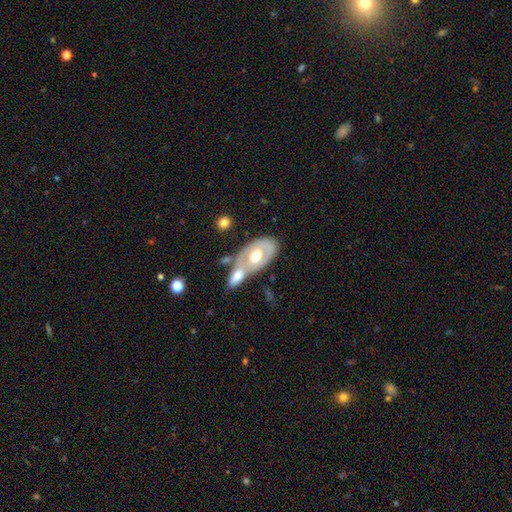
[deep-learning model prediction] smooth-or-featured: featured or disk: 54% | smooth: 40% | star or artifact: 5%
  disk-edge-on: no: 89% | yes: 11%
  merging: merger: 39% (tied) | none: 39% (tied) | minor disturbance: 15% | major disturbance: 7%